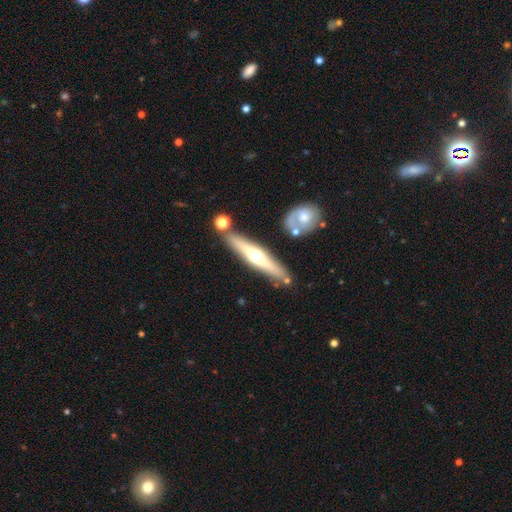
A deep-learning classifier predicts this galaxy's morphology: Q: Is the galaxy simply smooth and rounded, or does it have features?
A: featured or disk — 60%.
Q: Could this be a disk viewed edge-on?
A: yes — 92%.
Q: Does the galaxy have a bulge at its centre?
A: rounded — 91%.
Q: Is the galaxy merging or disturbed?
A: none — 82%.